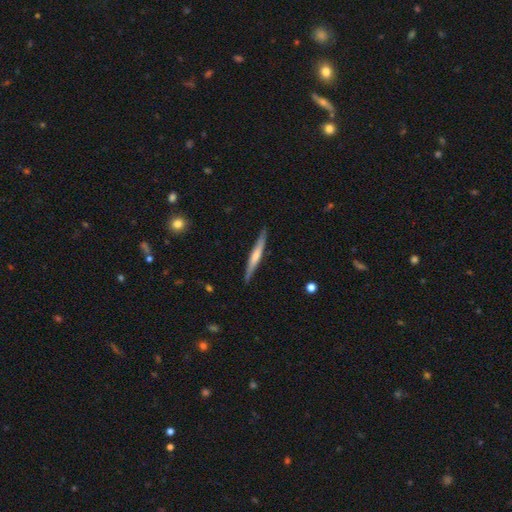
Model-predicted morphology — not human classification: Smooth or featured?
  - featured or disk: 49% *
  - smooth: 46%
  - star or artifact: 5%
Merging?
  - none: 87% *
  - minor disturbance: 10%
  - major disturbance: 2%
  - merger: 1%